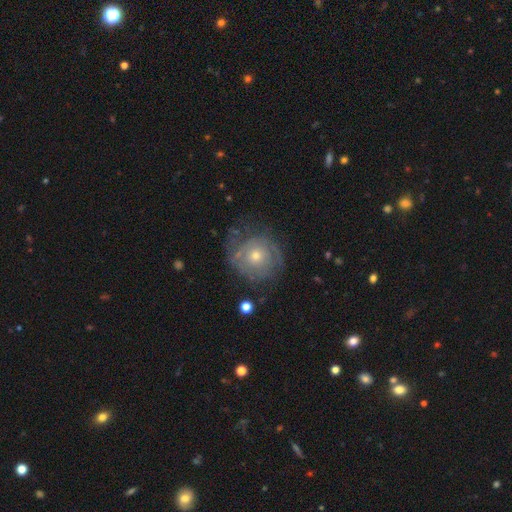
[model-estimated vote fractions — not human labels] A featured or disk galaxy (65%) with no bar (85%), spiral arms (76%) and a moderate central bulge (50%). Merging: none (67%).